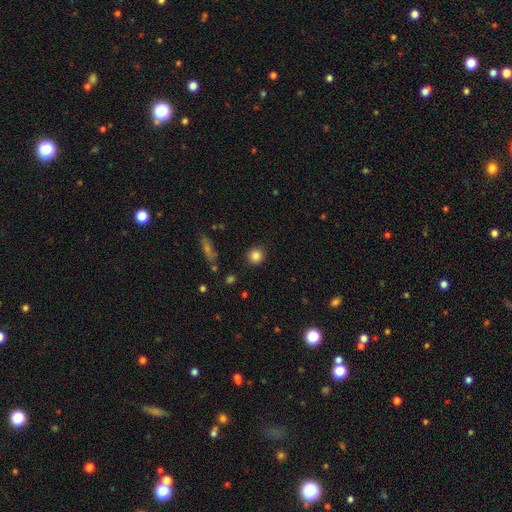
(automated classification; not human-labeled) Smooth or featured? Predicted: smooth (p=0.85). How rounded? Predicted: round (p=0.91). Merging? Predicted: none (p=0.88).